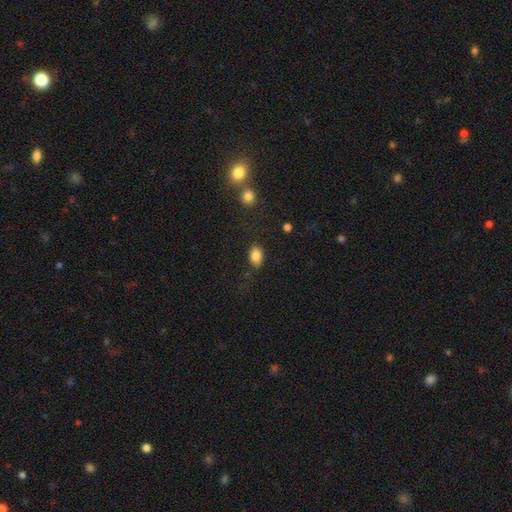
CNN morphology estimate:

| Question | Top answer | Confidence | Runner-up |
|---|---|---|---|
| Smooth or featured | smooth | 86% | star or artifact (9%) |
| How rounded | in between | 88% | round (10%) |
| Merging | none | 82% | minor disturbance (13%) |